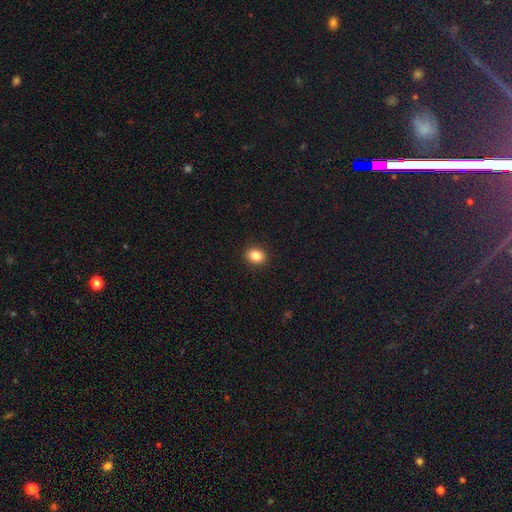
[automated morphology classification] Smooth or featured? Predicted: smooth (p=0.85). How rounded? Predicted: in between (p=0.59). Merging? Predicted: none (p=0.91).